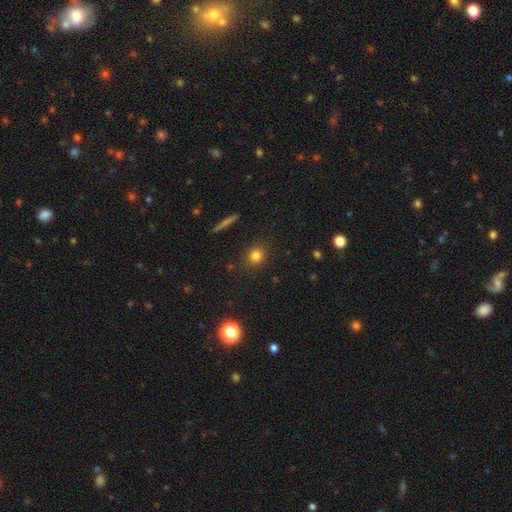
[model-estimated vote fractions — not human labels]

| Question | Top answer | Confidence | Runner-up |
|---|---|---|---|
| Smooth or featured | smooth | 79% | star or artifact (14%) |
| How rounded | round | 80% | in between (18%) |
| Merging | none | 87% | minor disturbance (9%) |